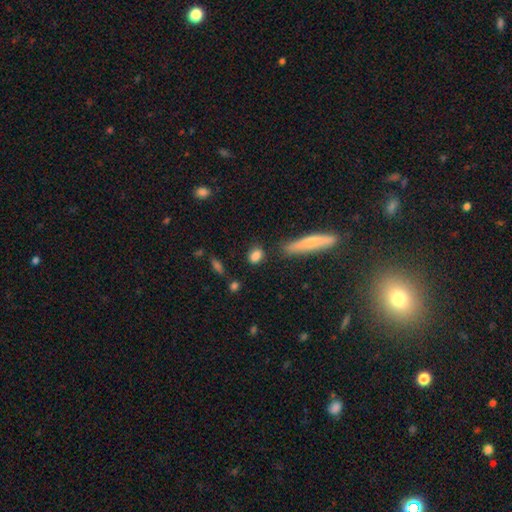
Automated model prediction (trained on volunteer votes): Smooth or featured? Predicted: smooth (p=0.84). How rounded? Predicted: in between (p=0.66). Merging? Predicted: none (p=0.74).